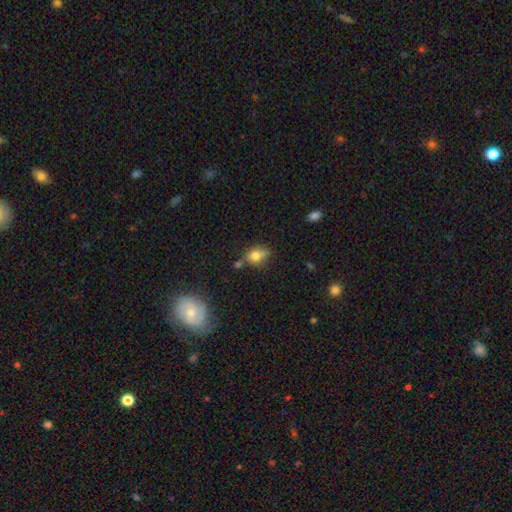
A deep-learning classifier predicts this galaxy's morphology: Smooth or featured?
  - smooth: 73% *
  - featured or disk: 15%
  - star or artifact: 12%
How rounded?
  - in between: 65% *
  - round: 32%
  - cigar-shaped: 3%
Merging?
  - none: 55% *
  - minor disturbance: 25%
  - merger: 12%
  - major disturbance: 7%